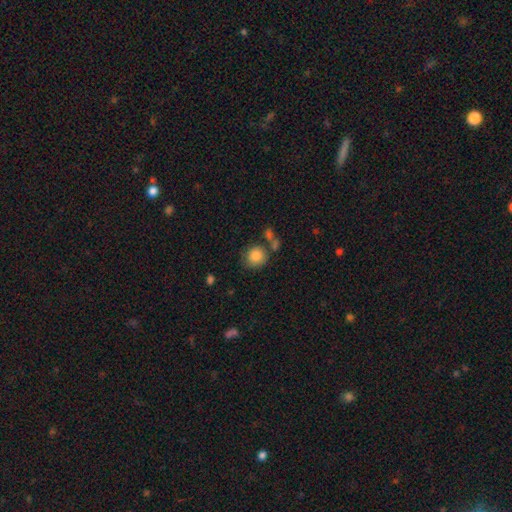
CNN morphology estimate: This is clearly a smooth galaxy (85%). How rounded: clearly round (87%). Merging: likely none (69%).